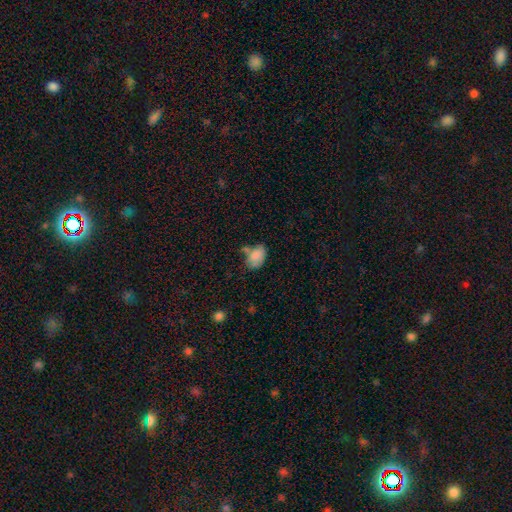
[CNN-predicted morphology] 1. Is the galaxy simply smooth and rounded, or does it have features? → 81% smooth, 11% featured or disk, 8% star or artifact.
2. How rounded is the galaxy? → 84% in between, 15% round, 1% cigar-shaped.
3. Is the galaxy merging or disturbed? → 43% none, 28% minor disturbance, 18% merger, 11% major disturbance.